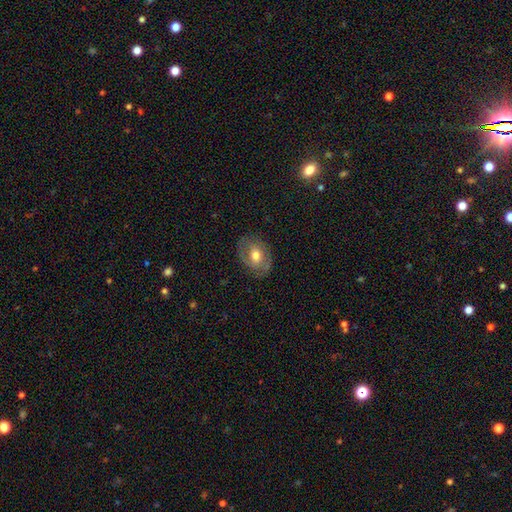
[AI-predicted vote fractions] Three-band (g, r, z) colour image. It shows a smooth galaxy with no disk features (53%) that is in between round and cigar-shaped (66%). Merging: none (77%).